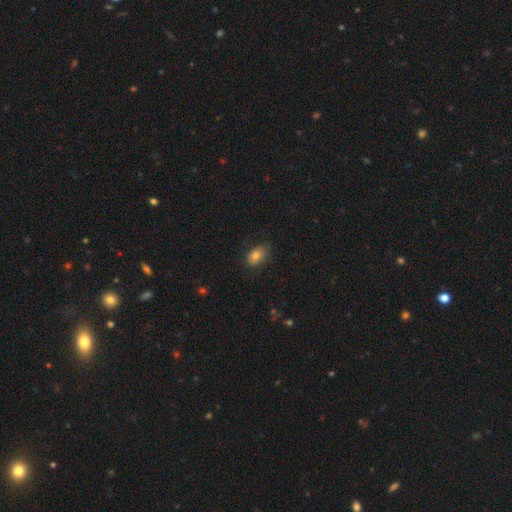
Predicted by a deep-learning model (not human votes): Smooth or featured? Predicted: smooth (p=0.80). How rounded? Predicted: in between (p=0.85). Merging? Predicted: none (p=0.73).